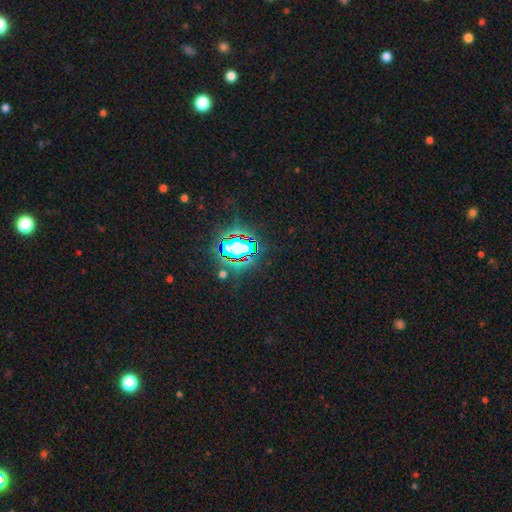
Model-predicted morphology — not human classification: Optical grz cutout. It shows a star or artifact, not a galaxy (83%).